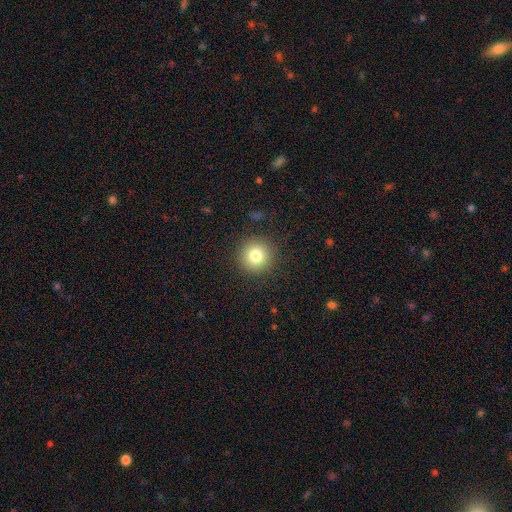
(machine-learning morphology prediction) A smooth galaxy with no disk features (79%) that is round (95%).

Vote fractions:
- Smooth or featured? smooth: 79% / star or artifact: 12% / featured or disk: 9%
- How rounded? round: 95% / in between: 4% / cigar-shaped: 1%
- Merging? none: 90% / minor disturbance: 6% / major disturbance: 3% / merger: 1%